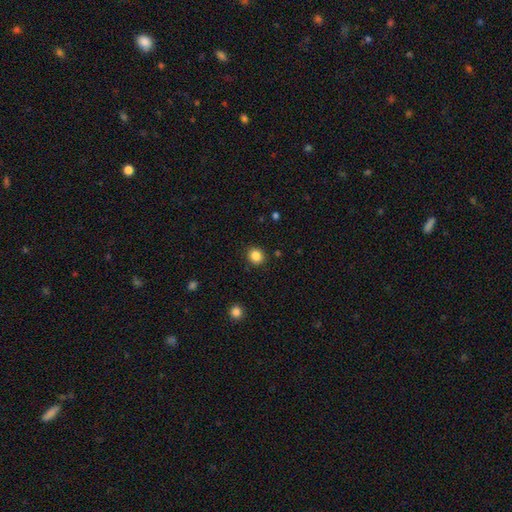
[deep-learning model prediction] Smooth or featured?
  - smooth: 85% *
  - star or artifact: 11%
  - featured or disk: 4%
How rounded?
  - round: 81% *
  - in between: 18%
  - cigar-shaped: 1%
Merging?
  - none: 90% *
  - minor disturbance: 7%
  - major disturbance: 2%
  - merger: 1%